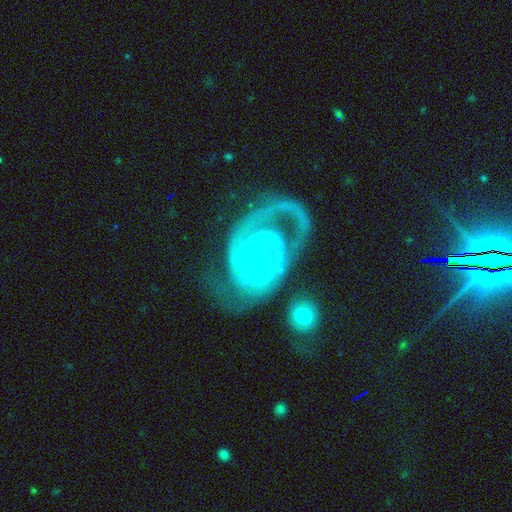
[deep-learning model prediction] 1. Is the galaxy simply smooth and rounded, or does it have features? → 92% featured or disk, 4% star or artifact, 4% smooth.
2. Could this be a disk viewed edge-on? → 98% no, 2% yes.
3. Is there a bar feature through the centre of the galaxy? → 58% no, 30% weak, 12% strong.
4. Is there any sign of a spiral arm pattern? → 98% yes, 2% no.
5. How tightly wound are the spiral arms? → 61% tight, 32% medium, 7% loose.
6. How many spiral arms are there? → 58% 2, 16% 3, 11% can't tell, 6% 1, 5% 4, 4% more than 4.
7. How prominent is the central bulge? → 84% small, 12% moderate, 2% none, 1% large, 1% dominant.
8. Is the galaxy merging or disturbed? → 48% none, 24% major disturbance, 22% minor disturbance, 6% merger.